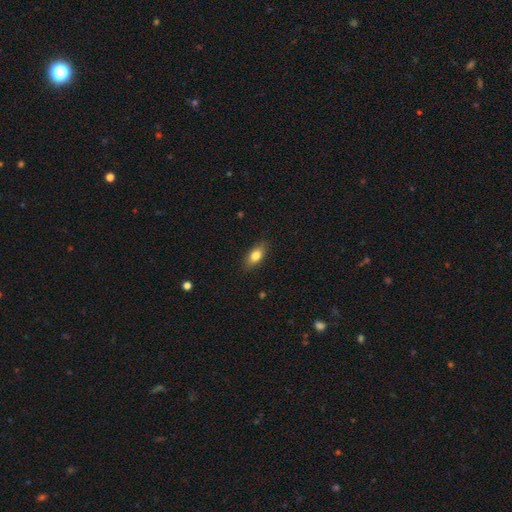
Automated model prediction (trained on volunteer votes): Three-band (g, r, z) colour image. It shows a smooth galaxy with no disk features (79%) that is in between round and cigar-shaped (84%). Merging: none (85%).